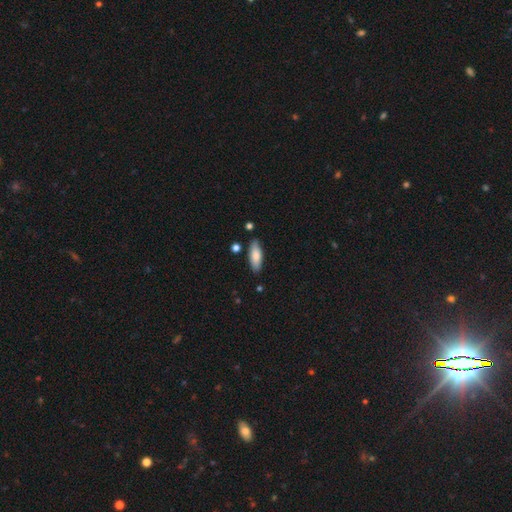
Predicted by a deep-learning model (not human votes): A smooth galaxy with no disk features (80%) that is in between round and cigar-shaped (64%). Merging: none (83%).